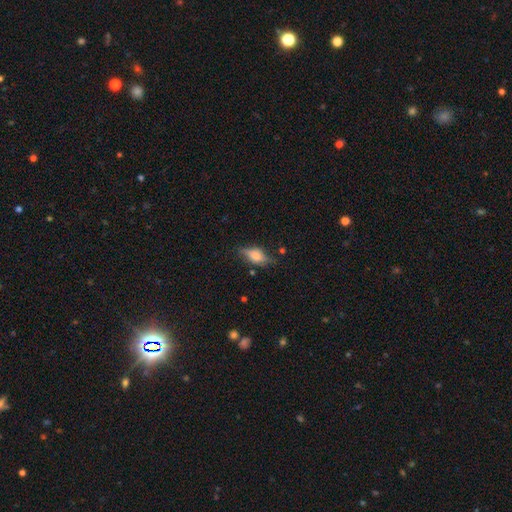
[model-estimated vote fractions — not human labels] This is possibly a smooth galaxy (48%). Merging: likely none (70%).